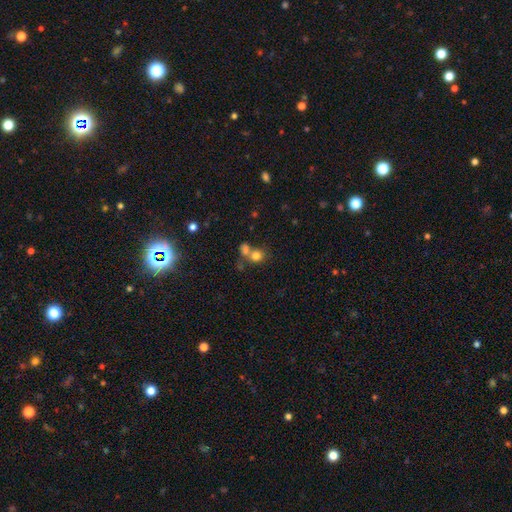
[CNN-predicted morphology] A smooth galaxy with no disk features (75%) that is round (79%). Merging: merger (45%).